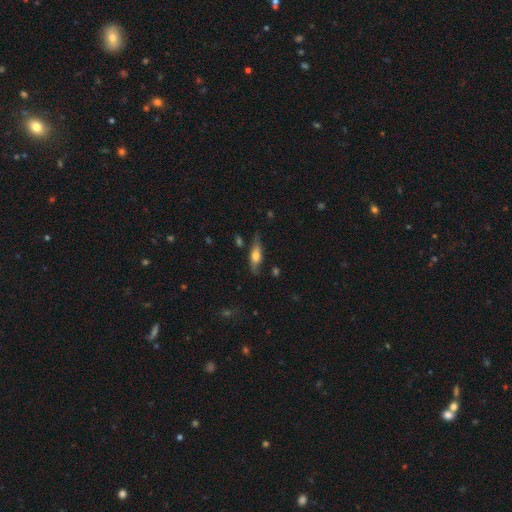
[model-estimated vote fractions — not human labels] Smooth or featured?
  - featured or disk: 47% *
  - smooth: 46%
  - star or artifact: 7%
Merging?
  - none: 71% *
  - minor disturbance: 21%
  - major disturbance: 5%
  - merger: 3%